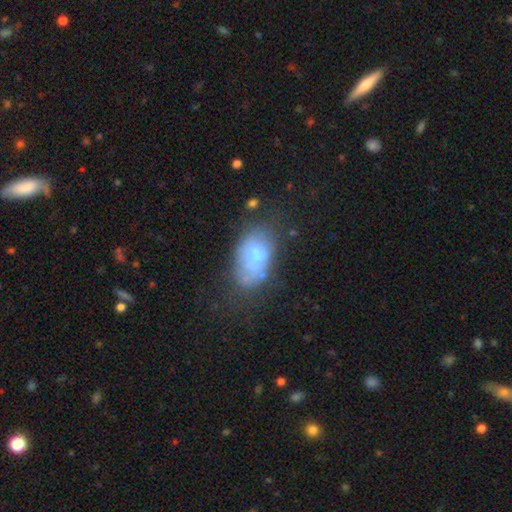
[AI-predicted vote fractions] Smooth or featured?
  - smooth: 56% *
  - featured or disk: 35%
  - star or artifact: 9%
How rounded?
  - in between: 91% *
  - round: 7%
  - cigar-shaped: 2%
Merging?
  - none: 45% *
  - minor disturbance: 29%
  - major disturbance: 16%
  - merger: 10%